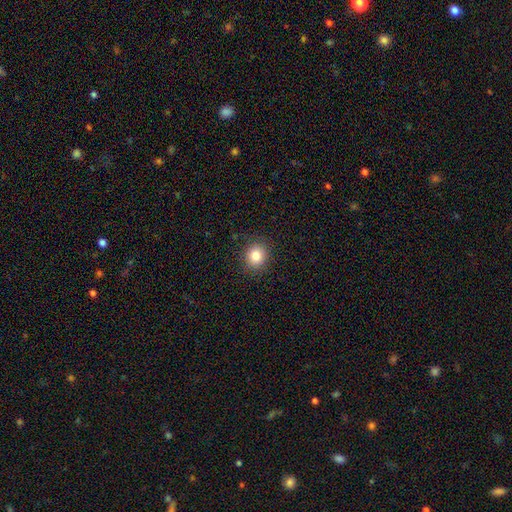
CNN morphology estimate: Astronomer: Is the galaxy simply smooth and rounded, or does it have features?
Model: smooth — 83%.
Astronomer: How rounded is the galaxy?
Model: round — 79%.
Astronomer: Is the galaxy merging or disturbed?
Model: none — 89%.